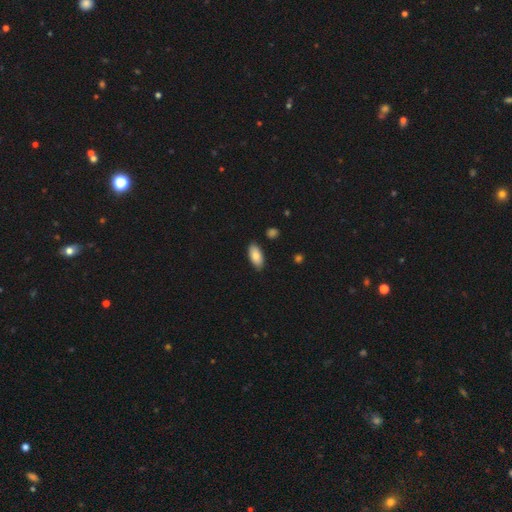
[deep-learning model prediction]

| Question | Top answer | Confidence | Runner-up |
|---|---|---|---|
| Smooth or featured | smooth | 82% | featured or disk (11%) |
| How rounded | in between | 92% | cigar-shaped (6%) |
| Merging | none | 86% | minor disturbance (10%) |